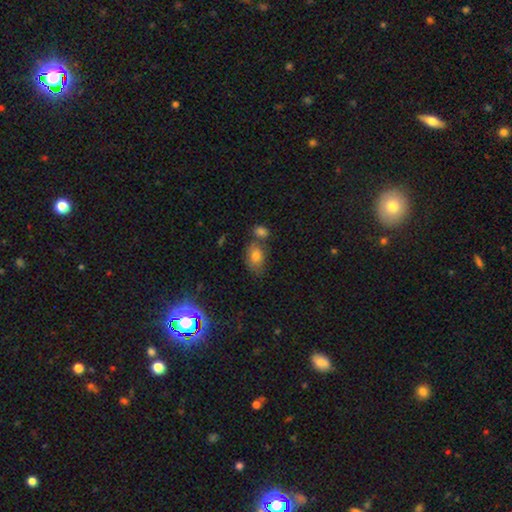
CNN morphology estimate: This appears to be a smooth galaxy with no disk features (76%) that is in between round and cigar-shaped (83%). Merging: none (53%).